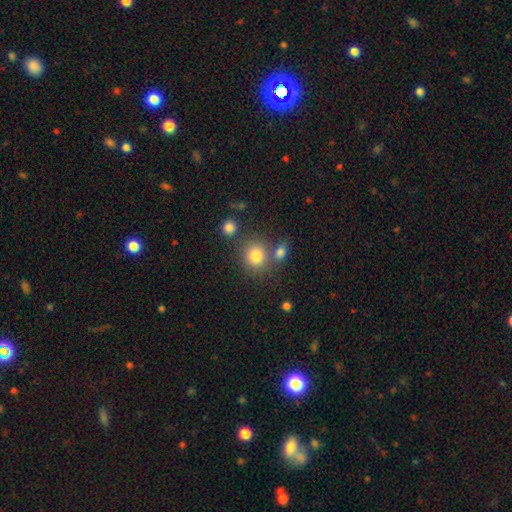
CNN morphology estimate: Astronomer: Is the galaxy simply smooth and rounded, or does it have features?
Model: smooth — 80%.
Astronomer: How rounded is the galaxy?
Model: round — 82%.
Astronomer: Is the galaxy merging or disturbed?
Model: none — 66%.